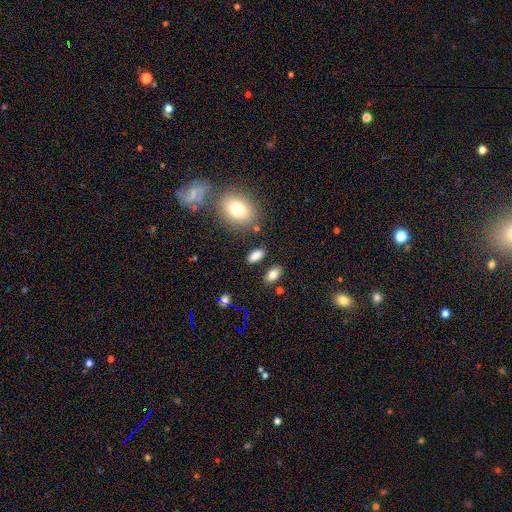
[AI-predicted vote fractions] Morphology: type=smooth (81%); roundness=in between (86%); merging=none (85%).